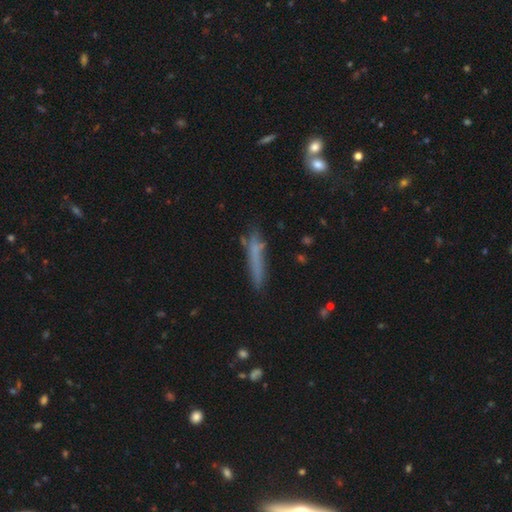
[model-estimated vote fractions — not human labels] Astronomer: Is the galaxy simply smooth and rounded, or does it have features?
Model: smooth — 63%.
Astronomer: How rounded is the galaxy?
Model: cigar-shaped — 90%.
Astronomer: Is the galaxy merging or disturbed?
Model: none — 68%.